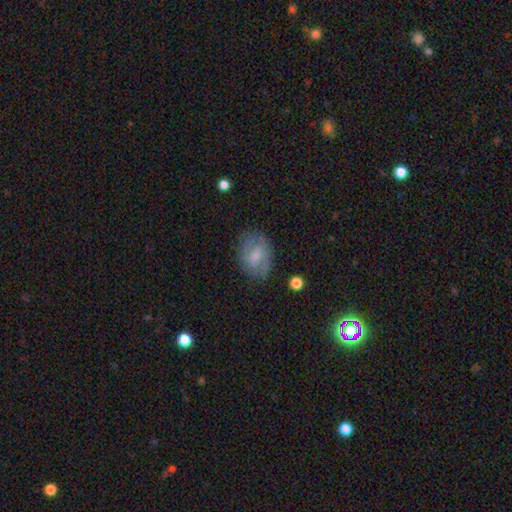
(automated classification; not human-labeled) Smooth or featured? smooth (56%)
How rounded? in between (75%)
Merging? none (71%)